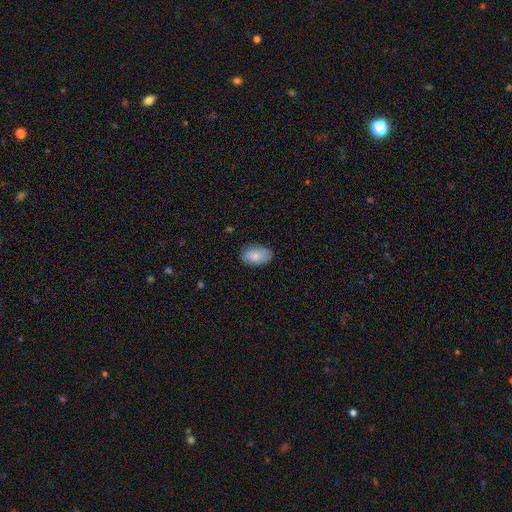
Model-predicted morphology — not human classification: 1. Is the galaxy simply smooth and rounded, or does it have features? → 82% smooth, 12% featured or disk, 6% star or artifact.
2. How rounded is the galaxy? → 92% in between, 6% round, 2% cigar-shaped.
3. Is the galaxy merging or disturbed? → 81% none, 15% minor disturbance, 3% major disturbance, 1% merger.